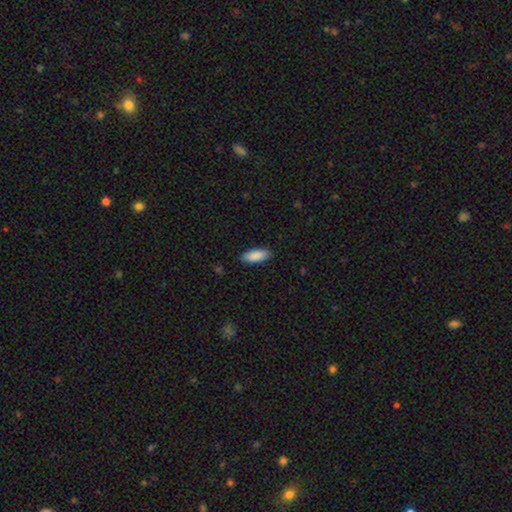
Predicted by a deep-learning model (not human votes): A smooth galaxy with no disk features (89%) that is in between round and cigar-shaped (80%). Merging: none (88%).